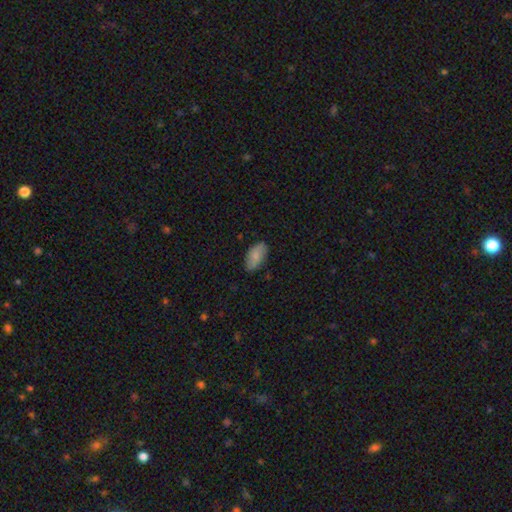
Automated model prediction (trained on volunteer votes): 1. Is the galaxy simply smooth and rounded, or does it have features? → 82% smooth, 11% featured or disk, 6% star or artifact.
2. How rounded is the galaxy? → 94% in between, 3% cigar-shaped, 3% round.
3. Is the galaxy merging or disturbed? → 84% none, 13% minor disturbance, 2% major disturbance, 1% merger.